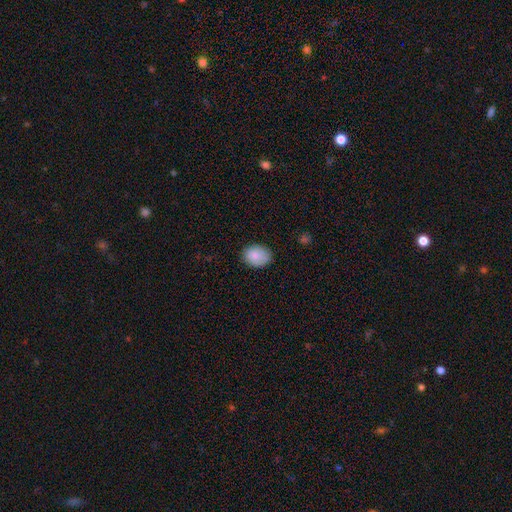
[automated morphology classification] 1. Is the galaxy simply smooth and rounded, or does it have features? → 86% smooth, 7% star or artifact, 6% featured or disk.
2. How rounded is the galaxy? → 64% in between, 36% round, 1% cigar-shaped.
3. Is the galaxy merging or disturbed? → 82% none, 14% minor disturbance, 3% major disturbance, 1% merger.